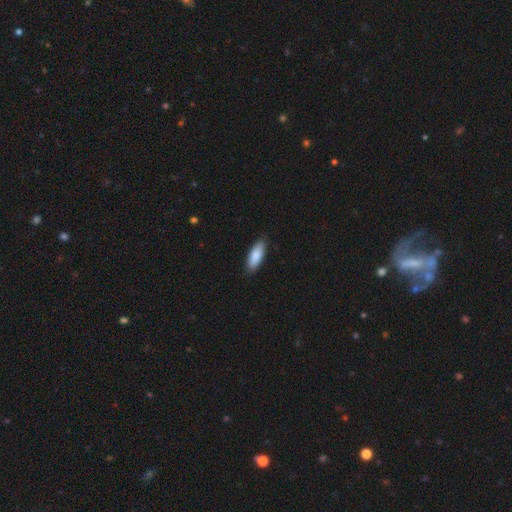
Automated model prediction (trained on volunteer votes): Smooth or featured?
  - smooth: 88% *
  - featured or disk: 6%
  - star or artifact: 5%
How rounded?
  - in between: 75% *
  - cigar-shaped: 24%
  - round: 2%
Merging?
  - none: 86% *
  - minor disturbance: 11%
  - major disturbance: 2%
  - merger: 1%